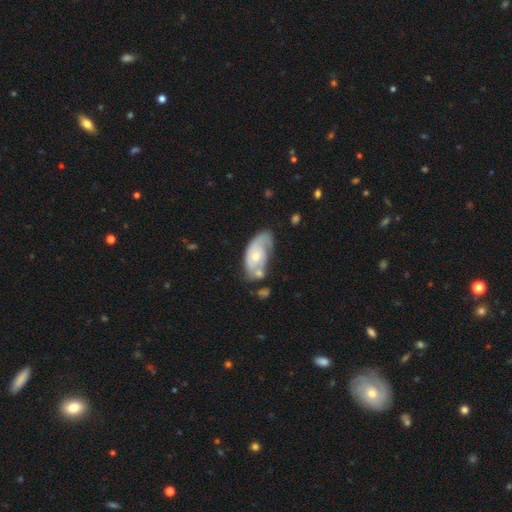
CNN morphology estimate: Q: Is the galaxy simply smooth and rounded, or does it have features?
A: featured or disk — 65%.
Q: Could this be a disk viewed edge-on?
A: no — 94%.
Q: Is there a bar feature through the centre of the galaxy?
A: no — 78%.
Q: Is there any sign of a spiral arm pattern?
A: yes — 74%.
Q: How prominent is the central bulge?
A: small — 48%.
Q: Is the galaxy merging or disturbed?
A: none — 36%.